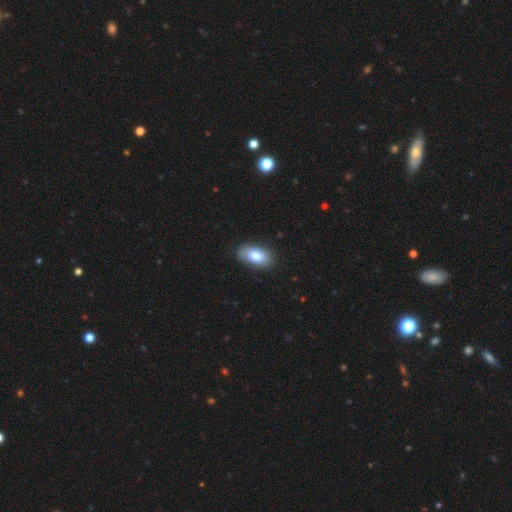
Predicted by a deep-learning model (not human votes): Smooth or featured?
  - smooth: 81% *
  - featured or disk: 12%
  - star or artifact: 7%
How rounded?
  - in between: 93% *
  - round: 5%
  - cigar-shaped: 3%
Merging?
  - none: 80% *
  - minor disturbance: 16%
  - major disturbance: 3%
  - merger: 1%